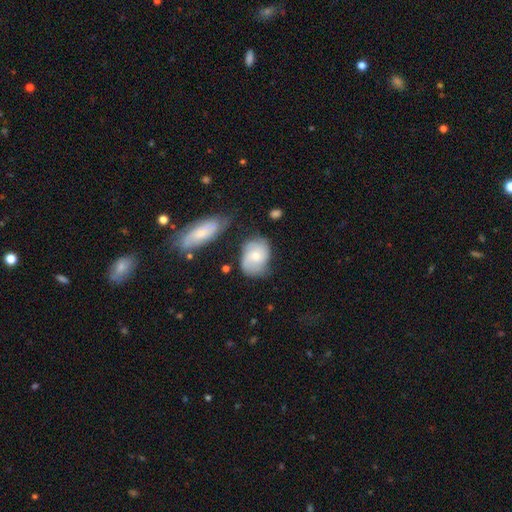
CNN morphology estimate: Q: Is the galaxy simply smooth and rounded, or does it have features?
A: featured or disk — 48%.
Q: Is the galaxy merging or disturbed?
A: none — 55%.